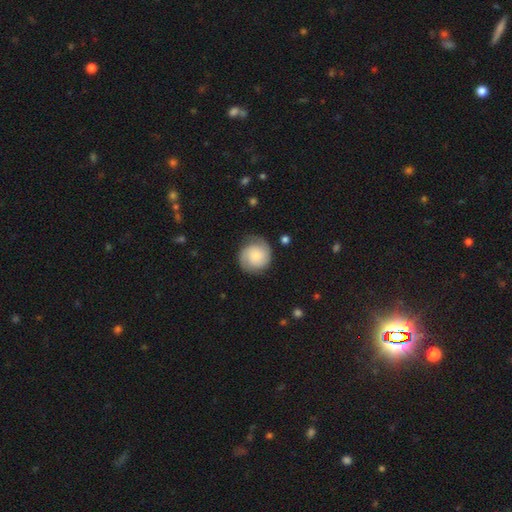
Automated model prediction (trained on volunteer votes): smooth-or-featured: featured or disk: 51% | smooth: 43% | star or artifact: 7%
  disk-edge-on: no: 98% | yes: 2%
  merging: none: 74% | minor disturbance: 18% | major disturbance: 6% | merger: 2%